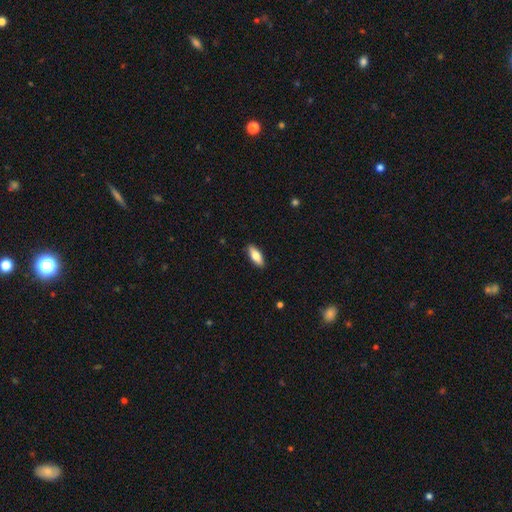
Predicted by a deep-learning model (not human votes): Smooth or featured?
  - smooth: 73% *
  - featured or disk: 21%
  - star or artifact: 6%
How rounded?
  - in between: 70% *
  - cigar-shaped: 27%
  - round: 2%
Merging?
  - none: 90% *
  - minor disturbance: 7%
  - major disturbance: 2%
  - merger: 1%